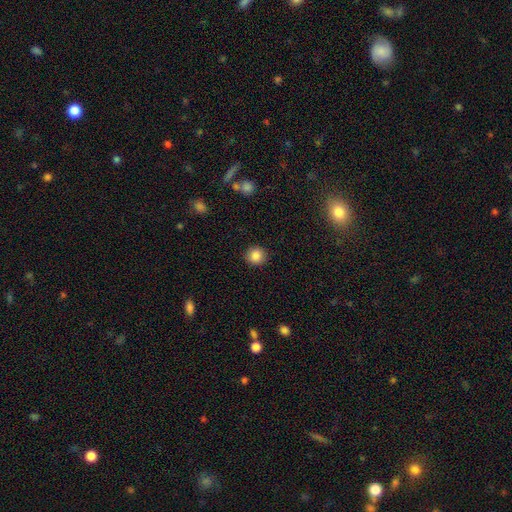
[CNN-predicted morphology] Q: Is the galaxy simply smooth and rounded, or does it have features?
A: smooth — 86%.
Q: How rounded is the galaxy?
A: round — 91%.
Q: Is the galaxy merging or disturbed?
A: none — 91%.